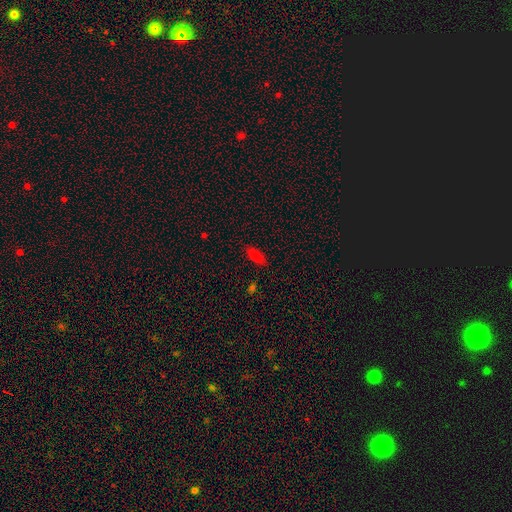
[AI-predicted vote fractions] This appears to be a smooth galaxy with no disk features (80%) that is in between round and cigar-shaped (70%). Merging: none (85%).